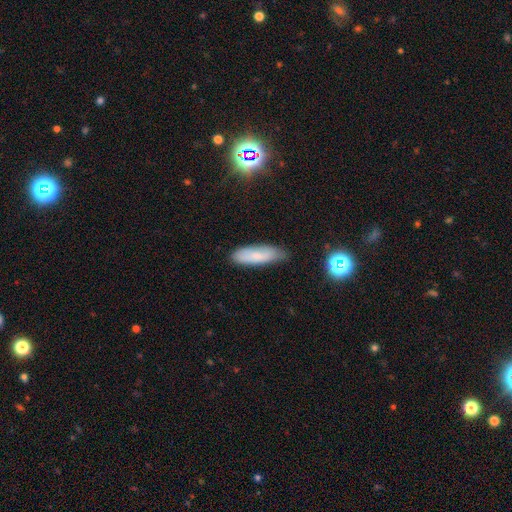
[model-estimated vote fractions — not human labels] Morphology: type=smooth (74%); roundness=in between (51%); merging=none (73%).